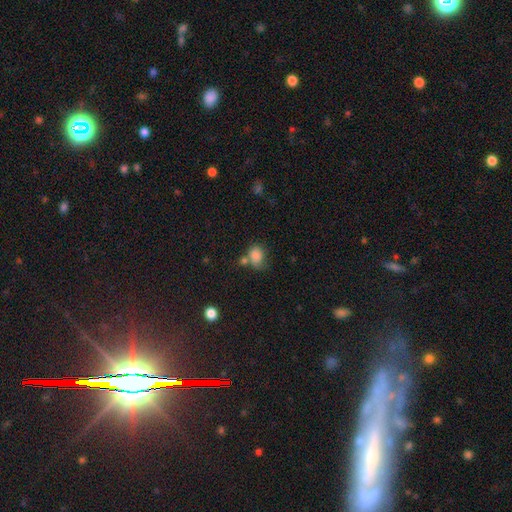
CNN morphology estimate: This appears to be a smooth galaxy with no disk features (82%) that is in between round and cigar-shaped (54%). Merging: none (44%).